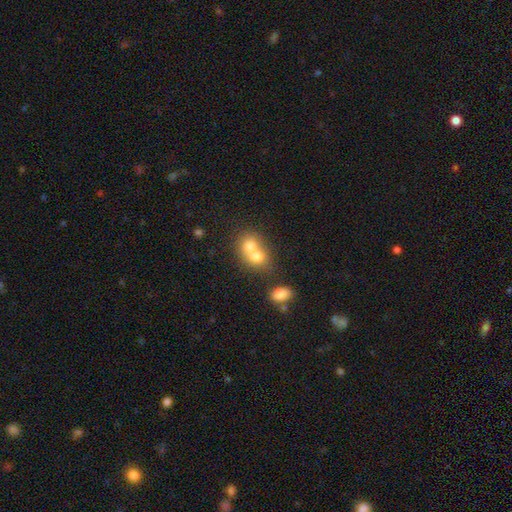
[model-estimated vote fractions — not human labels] smooth_or_featured: smooth (p=0.71) [alt: featured or disk p=0.18]
how_rounded: round (p=0.63) [alt: in between p=0.36]
merging: merger (p=0.72) [alt: none p=0.21]